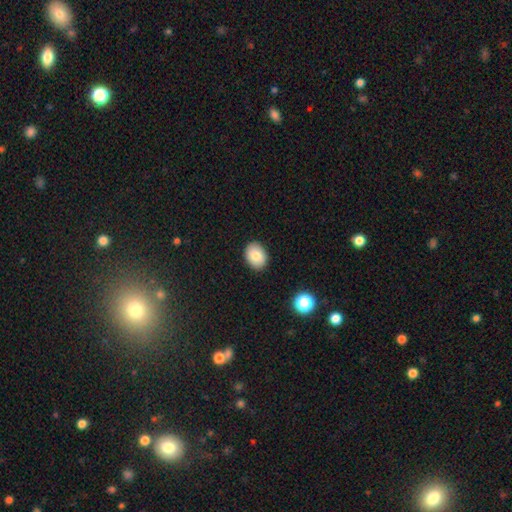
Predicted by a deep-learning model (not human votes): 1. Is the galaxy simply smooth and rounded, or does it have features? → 82% smooth, 9% featured or disk, 9% star or artifact.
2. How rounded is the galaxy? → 67% in between, 32% round, 1% cigar-shaped.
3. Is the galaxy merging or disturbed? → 89% none, 8% minor disturbance, 2% major disturbance, 1% merger.